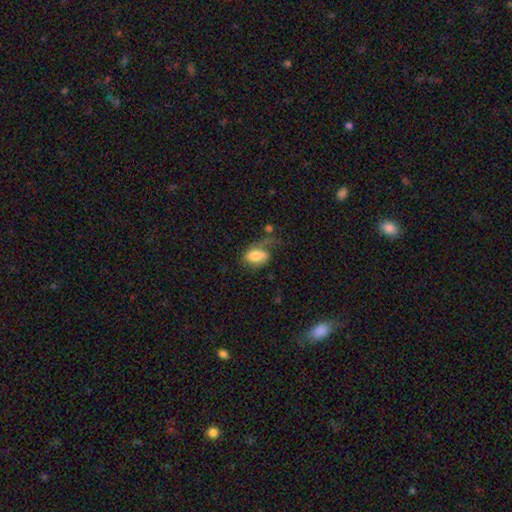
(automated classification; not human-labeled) Morphology: type=smooth (65%); roundness=in between (88%); merging=major disturbance (35%).